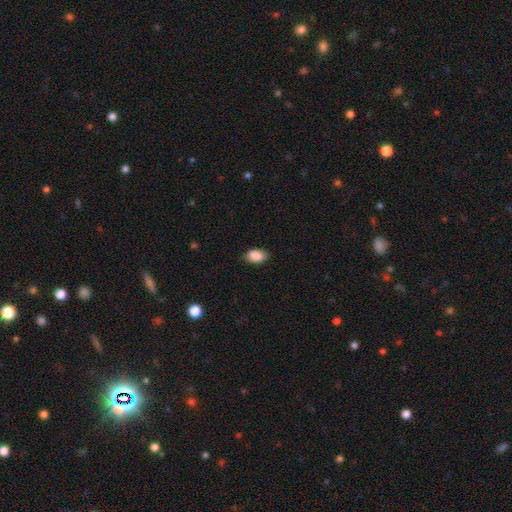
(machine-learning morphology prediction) smooth 88%, star or artifact 7%, featured or disk 4%. Down the decision tree: how rounded — in between (91%); merging — none (79%).